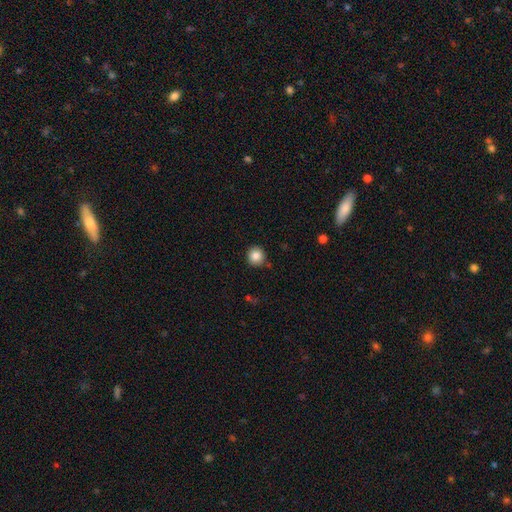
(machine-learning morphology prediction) smooth_or_featured: smooth (p=0.85) [alt: star or artifact p=0.10]
how_rounded: round (p=0.93) [alt: in between p=0.06]
merging: none (p=0.88) [alt: minor disturbance p=0.08]